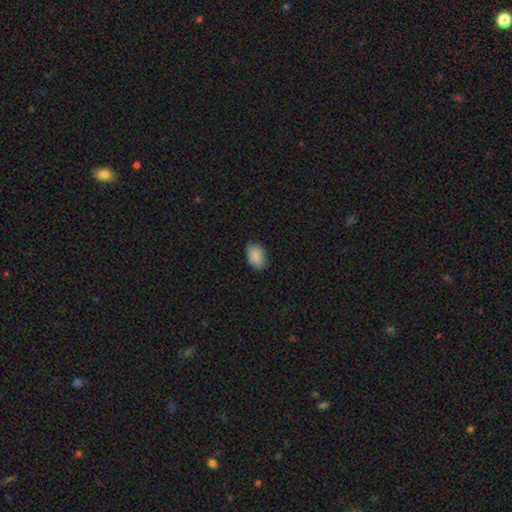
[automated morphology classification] This is clearly a smooth galaxy (89%). How rounded: clearly in between (86%). Merging: clearly none (82%).